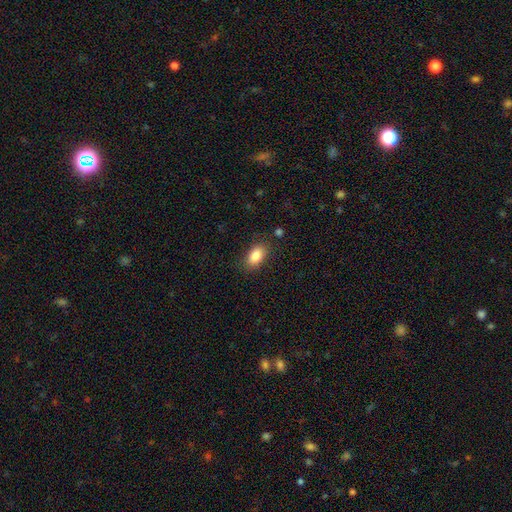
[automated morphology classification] smooth-or-featured: smooth: 85% | star or artifact: 8% | featured or disk: 7%
  how-rounded: in between: 90% | round: 7% | cigar-shaped: 3%
  merging: none: 84% | minor disturbance: 11% | major disturbance: 3% | merger: 2%